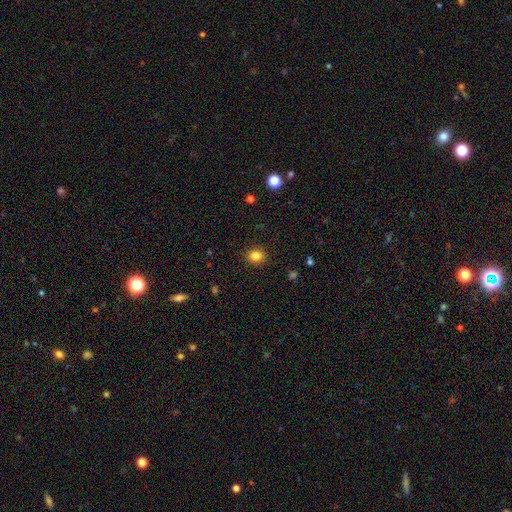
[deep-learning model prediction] Morphology: type=smooth (83%); roundness=round (67%); merging=none (90%).